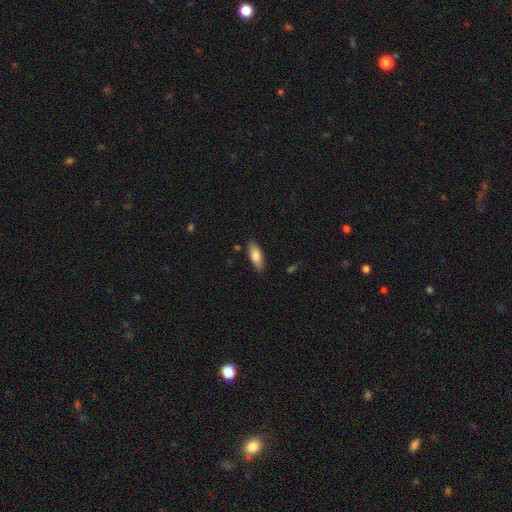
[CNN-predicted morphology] smooth-or-featured: smooth: 81% | featured or disk: 13% | star or artifact: 6%
  how-rounded: in between: 74% | cigar-shaped: 24% | round: 2%
  merging: none: 84% | minor disturbance: 12% | major disturbance: 2% | merger: 2%